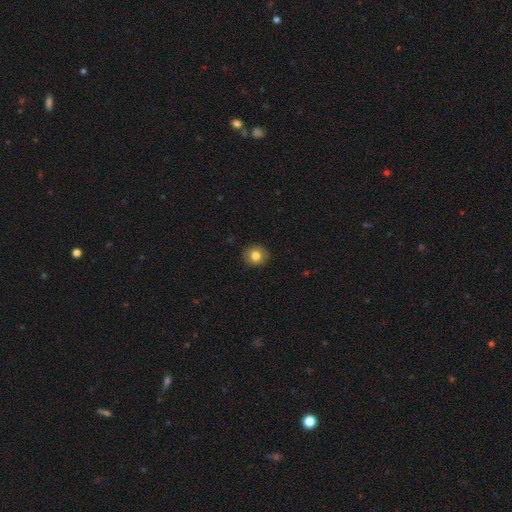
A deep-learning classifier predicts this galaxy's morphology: Overall: smooth (81%). How rounded: round (86%). Merging: none (90%).